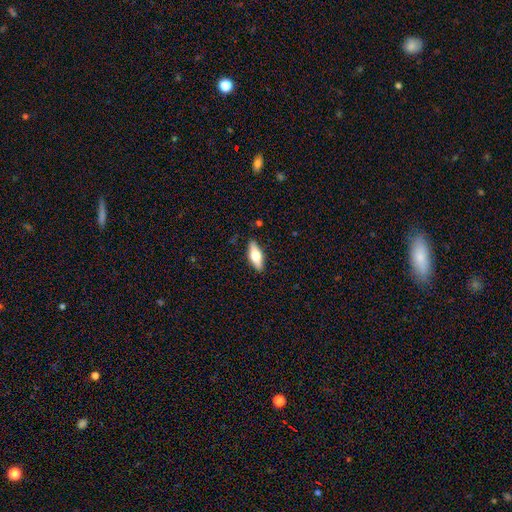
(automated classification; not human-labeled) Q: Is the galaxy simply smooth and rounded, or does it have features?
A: smooth — 57%.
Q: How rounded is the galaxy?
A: in between — 67%.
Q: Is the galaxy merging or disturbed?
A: none — 88%.